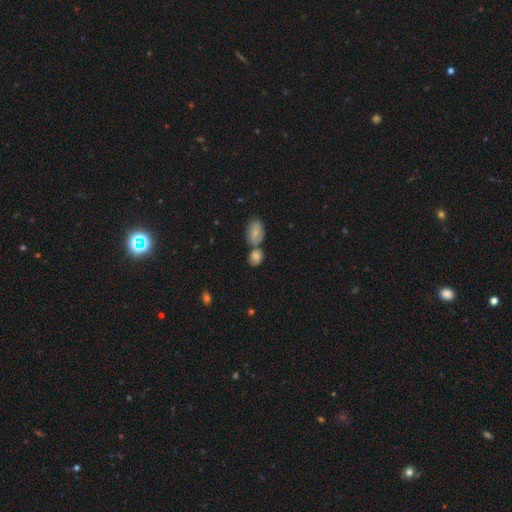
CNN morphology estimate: A smooth galaxy with no disk features (67%) that is round (53%).

Vote fractions:
- Smooth or featured? smooth: 67% / featured or disk: 20% / star or artifact: 13%
- How rounded? round: 53% / in between: 44% / cigar-shaped: 3%
- Merging? none: 49% / merger: 37% / minor disturbance: 10% / major disturbance: 4%